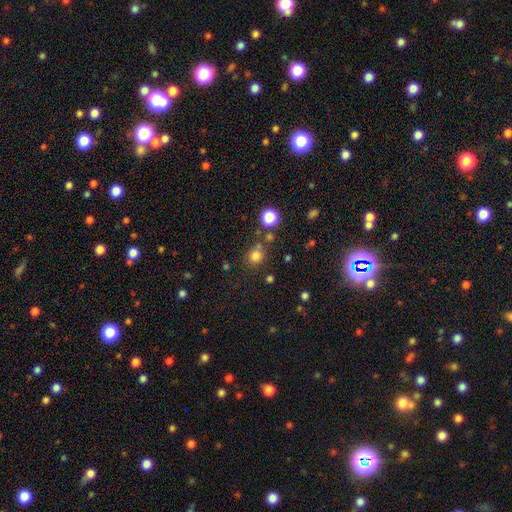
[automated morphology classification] A smooth galaxy with no disk features (77%) that is round (82%). Merging: none (70%).